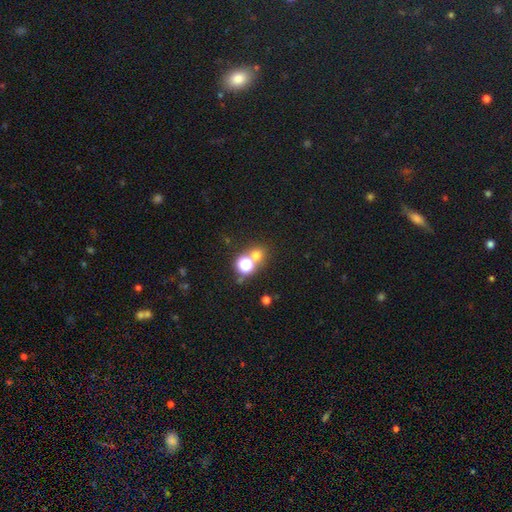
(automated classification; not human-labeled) Overall: smooth (62%; star or artifact 28%). How rounded: round (83%). Merging: none (54%; merger 36%).